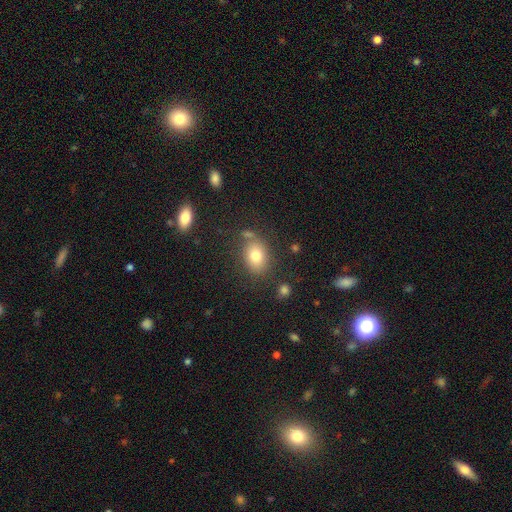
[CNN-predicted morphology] Smooth or featured? smooth (78%)
How rounded? in between (68%)
Merging? none (72%)